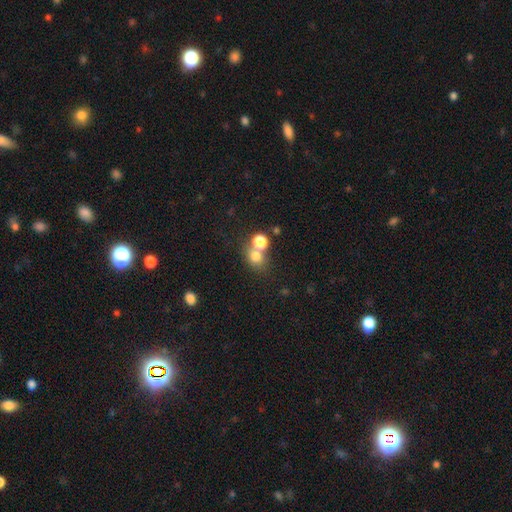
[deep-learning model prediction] Smooth or featured? Predicted: smooth (p=0.73). How rounded? Predicted: round (p=0.70). Merging? Predicted: none (p=0.50).